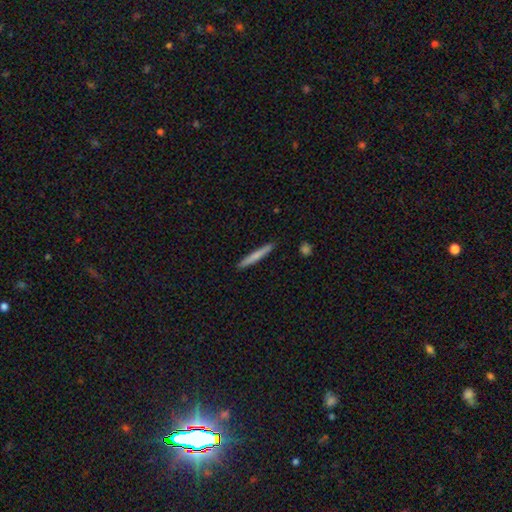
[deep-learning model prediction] Smooth or featured?
  - smooth: 69% *
  - featured or disk: 26%
  - star or artifact: 5%
How rounded?
  - cigar-shaped: 96% *
  - in between: 3%
  - round: 1%
Merging?
  - none: 91% *
  - minor disturbance: 6%
  - major disturbance: 1%
  - merger: 1%